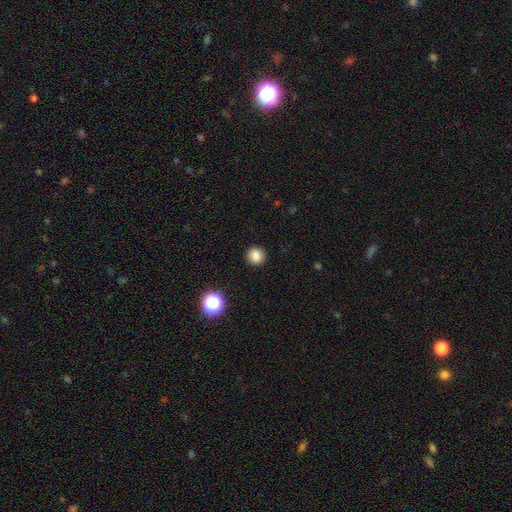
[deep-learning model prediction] This is clearly a smooth galaxy (84%). How rounded: clearly round (92%). Merging: clearly none (92%).